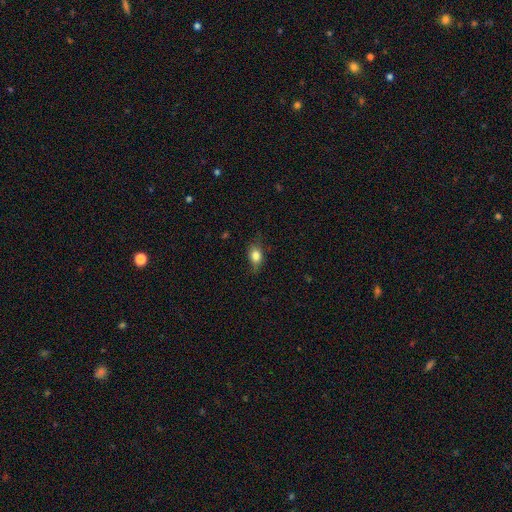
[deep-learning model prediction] Smooth or featured? smooth (81%)
How rounded? in between (69%)
Merging? none (67%)